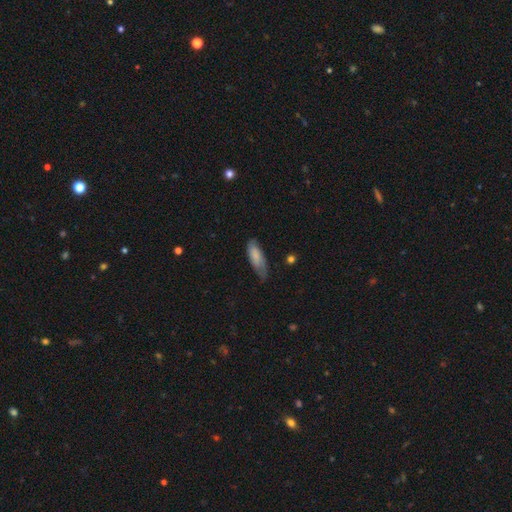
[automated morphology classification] Smooth or featured? Predicted: smooth (p=0.77). How rounded? Predicted: in between (p=0.64). Merging? Predicted: none (p=0.50).